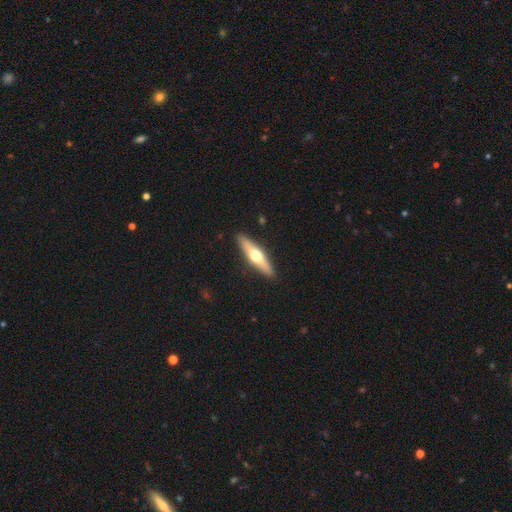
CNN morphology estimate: featured or disk 57%, smooth 38%, star or artifact 5%. Down the decision tree: edge-on disk — yes (93%); edge-on bulge — rounded (95%); merging — none (90%).